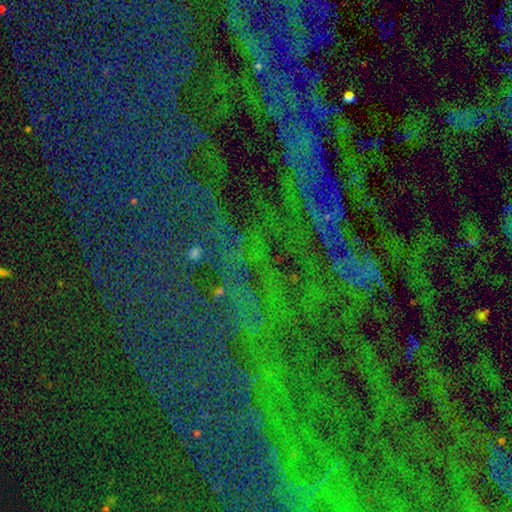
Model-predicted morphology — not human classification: Q: Smooth or featured?
A: star or artifact (80%); runner-up: smooth (11%)